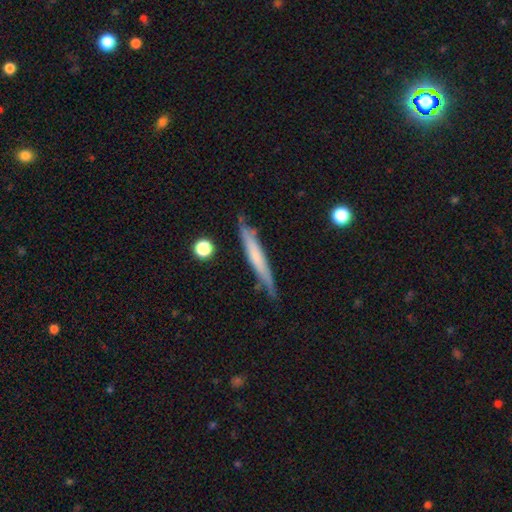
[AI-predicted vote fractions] smooth_or_featured: smooth (p=0.54) [alt: featured or disk p=0.39]
how_rounded: cigar-shaped (p=0.94) [alt: in between p=0.04]
merging: none (p=0.75) [alt: minor disturbance p=0.18]